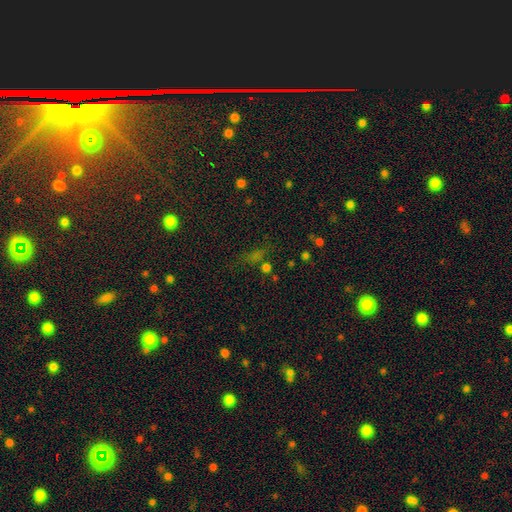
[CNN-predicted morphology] smooth-or-featured: star or artifact: 54% | smooth: 33% | featured or disk: 13%